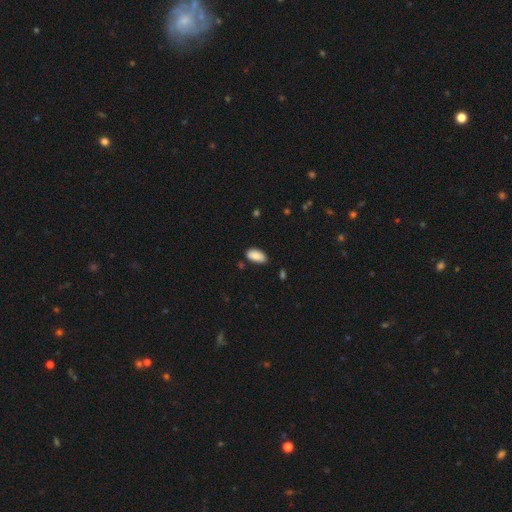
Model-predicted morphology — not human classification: Q: Smooth or featured?
A: smooth (86%); runner-up: star or artifact (7%)
Q: How rounded?
A: in between (94%); runner-up: cigar-shaped (3%)
Q: Merging?
A: none (77%); runner-up: minor disturbance (18%)